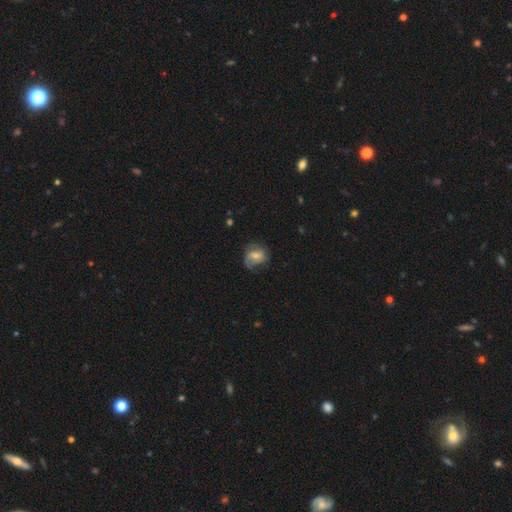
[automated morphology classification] smooth_or_featured: featured or disk (p=0.59) [alt: smooth p=0.33]
disk_edge_on: no (p=0.97) [alt: yes p=0.03]
bar: no (p=0.44) [alt: weak p=0.43]
has_spiral_arms: yes (p=0.83) [alt: no p=0.17]
bulge_size: moderate (p=0.50) [alt: small p=0.41]
merging: none (p=0.55) [alt: minor disturbance p=0.26]